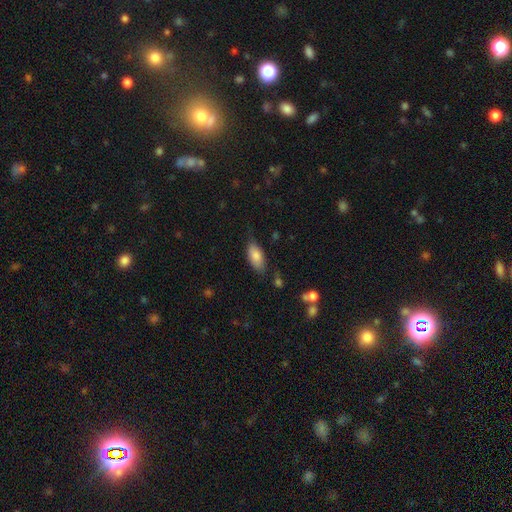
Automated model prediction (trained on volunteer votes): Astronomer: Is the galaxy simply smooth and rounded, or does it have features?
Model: smooth — 82%.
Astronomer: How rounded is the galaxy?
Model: in between — 90%.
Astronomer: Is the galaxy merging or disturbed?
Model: none — 69%.